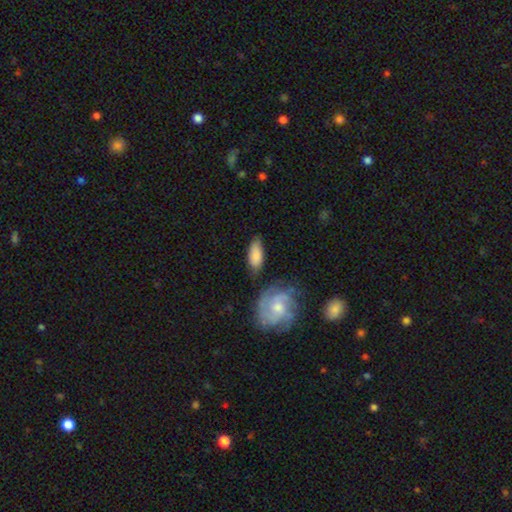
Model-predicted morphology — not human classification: Smooth or featured: smooth — 77% (featured or disk — 17%)
How rounded: in between — 80% (cigar-shaped — 17%)
Merging: none — 67% (minor disturbance — 20%)